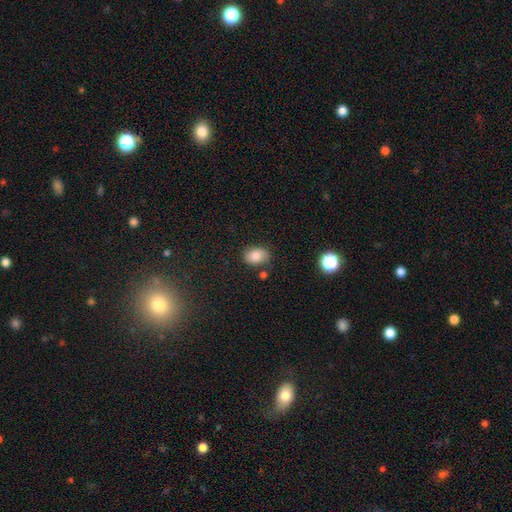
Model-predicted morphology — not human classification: Smooth or featured? smooth (79%)
How rounded? in between (77%)
Merging? none (71%)